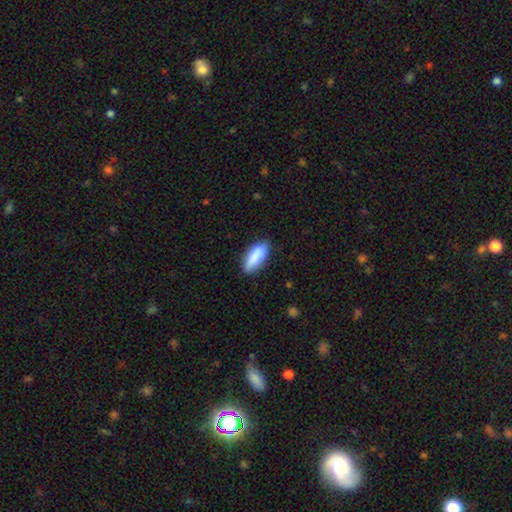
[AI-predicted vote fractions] smooth-or-featured: smooth: 86% | featured or disk: 8% | star or artifact: 6%
  how-rounded: in between: 73% | cigar-shaped: 25% | round: 2%
  merging: none: 79% | minor disturbance: 17% | major disturbance: 3% | merger: 1%